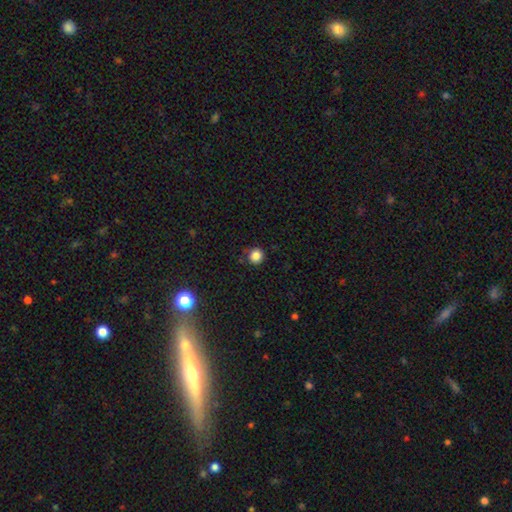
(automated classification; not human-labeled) Q: Smooth or featured?
A: smooth (84%); runner-up: star or artifact (12%)
Q: How rounded?
A: round (93%); runner-up: in between (6%)
Q: Merging?
A: none (84%); runner-up: minor disturbance (11%)